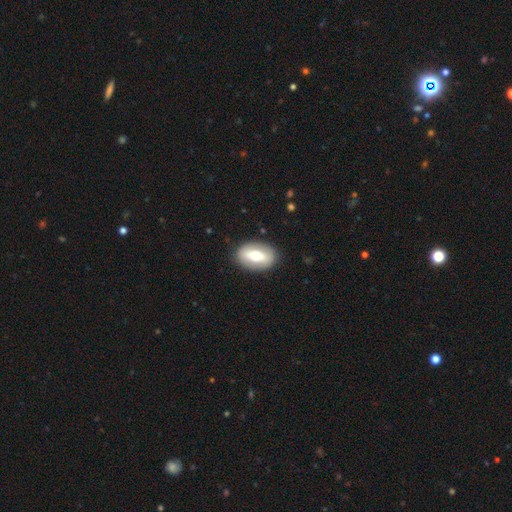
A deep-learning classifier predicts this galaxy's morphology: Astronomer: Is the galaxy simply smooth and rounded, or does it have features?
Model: smooth — 54% (runner-up: featured or disk, 40%).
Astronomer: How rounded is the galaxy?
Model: in between — 86%.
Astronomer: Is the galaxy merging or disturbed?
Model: none — 86%.